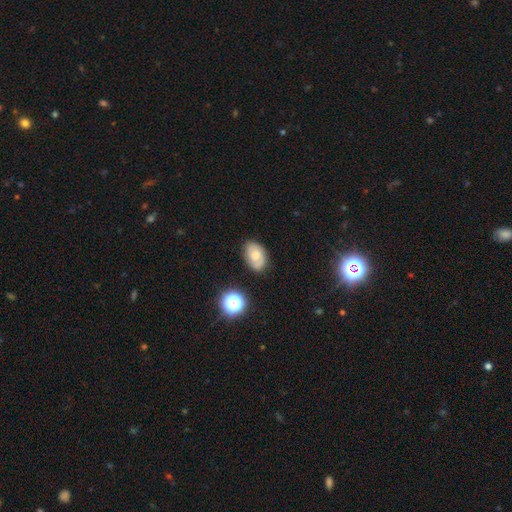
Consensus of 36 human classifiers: Morphology: type=featured or disk (64%); edge-on=no (100%); bar=no (48%); spiral arms=yes (87%); winding=medium (65%); arm count=2 (100%); bulge=moderate (70%); merging=none (89%).